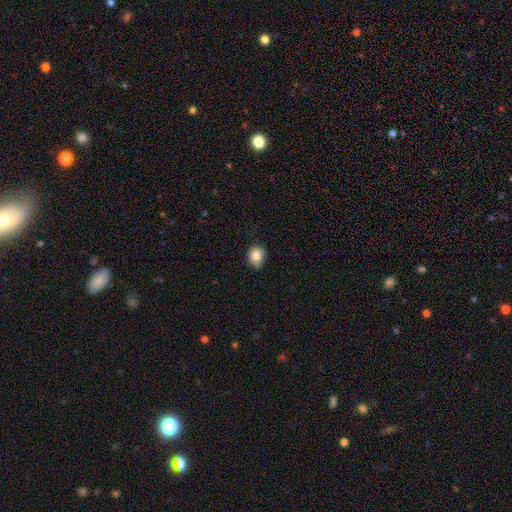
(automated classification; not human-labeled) Smooth or featured?
  - smooth: 83% *
  - star or artifact: 10%
  - featured or disk: 7%
How rounded?
  - round: 63% *
  - in between: 36%
  - cigar-shaped: 1%
Merging?
  - none: 69% *
  - minor disturbance: 26%
  - major disturbance: 4%
  - merger: 1%